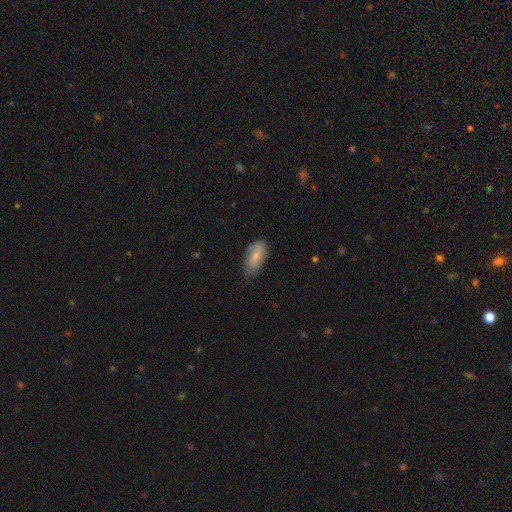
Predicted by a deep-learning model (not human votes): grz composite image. It shows a smooth galaxy with no disk features (73%) that is in between round and cigar-shaped (89%). Merging: none (70%).